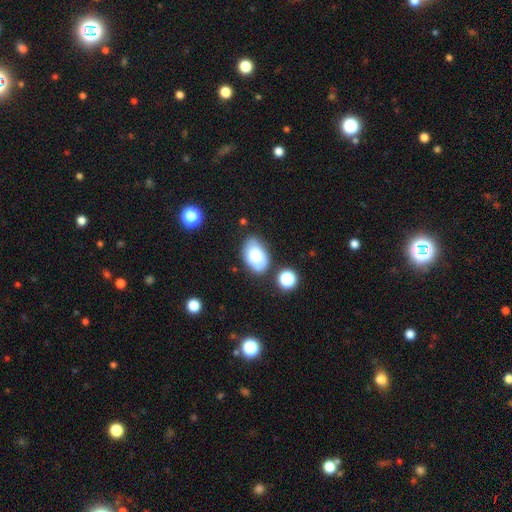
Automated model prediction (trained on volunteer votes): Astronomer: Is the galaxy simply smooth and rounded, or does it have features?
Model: smooth — 76%.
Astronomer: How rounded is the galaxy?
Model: in between — 87%.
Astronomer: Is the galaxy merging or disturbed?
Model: none — 72%.